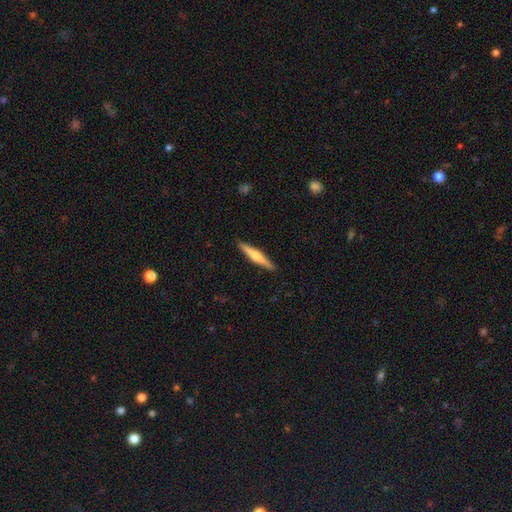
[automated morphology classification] Smooth or featured? featured or disk (58%)
Edge-on disk? yes (98%)
Edge-on bulge? rounded (87%)
Merging? none (91%)